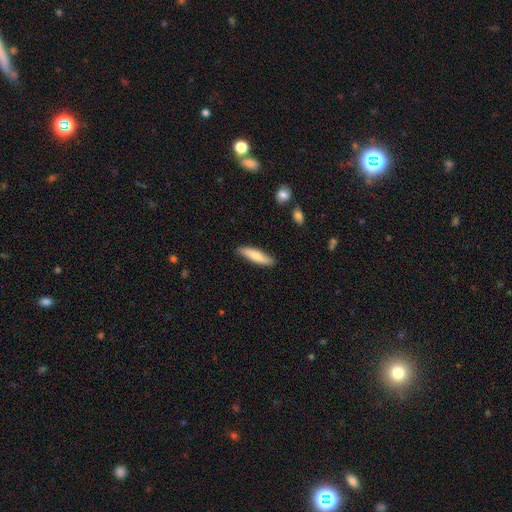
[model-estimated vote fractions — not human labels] Smooth or featured? Predicted: smooth (p=0.76). How rounded? Predicted: cigar-shaped (p=0.76). Merging? Predicted: none (p=0.85).